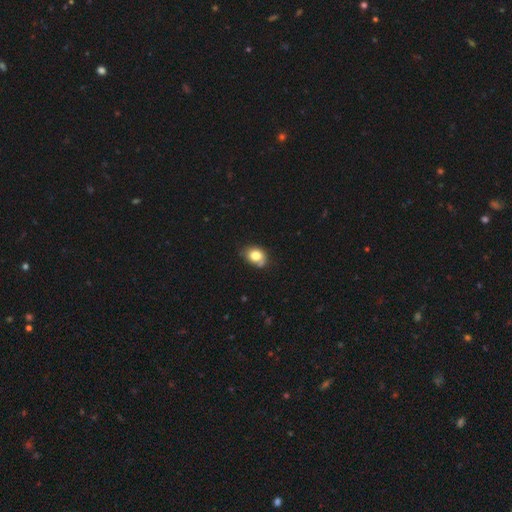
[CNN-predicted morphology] smooth-or-featured: smooth: 78% | featured or disk: 12% | star or artifact: 10%
  how-rounded: in between: 55% | round: 44% | cigar-shaped: 1%
  merging: none: 59% | minor disturbance: 28% | merger: 7% | major disturbance: 6%